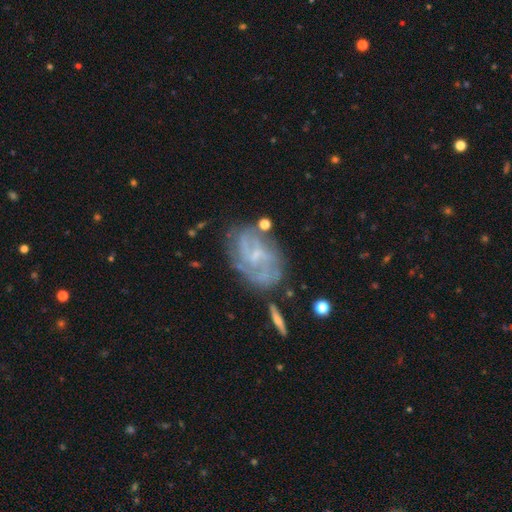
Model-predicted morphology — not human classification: Smooth or featured? featured or disk (77%)
Edge-on disk? no (96%)
Bar? weak (46%)
Spiral arms? yes (82%)
Spiral winding? tight (43%)
Spiral arm count? can't tell (40%)
Bulge size? small (58%)
Merging? none (58%)